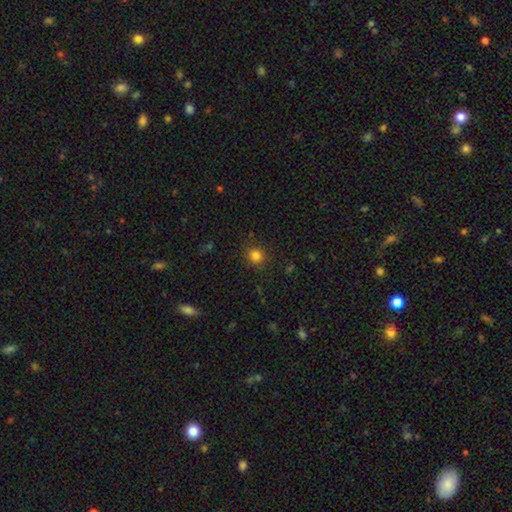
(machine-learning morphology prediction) Smooth or featured? Predicted: smooth (p=0.83). How rounded? Predicted: round (p=0.83). Merging? Predicted: none (p=0.88).